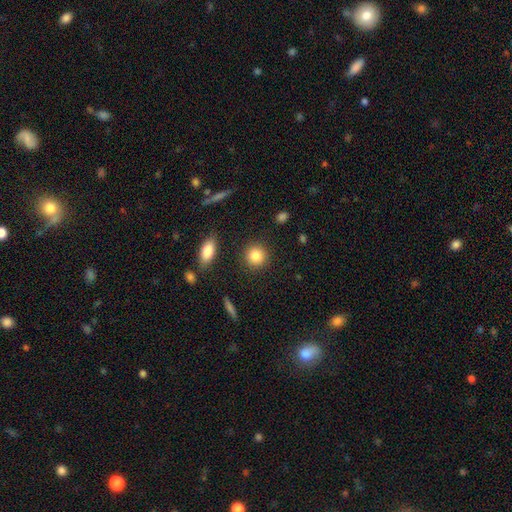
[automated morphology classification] The model was most divided on "smooth or featured": smooth: 85%, star or artifact: 9%, featured or disk: 6%. More confident: merging — none (89%); how rounded — round (88%).